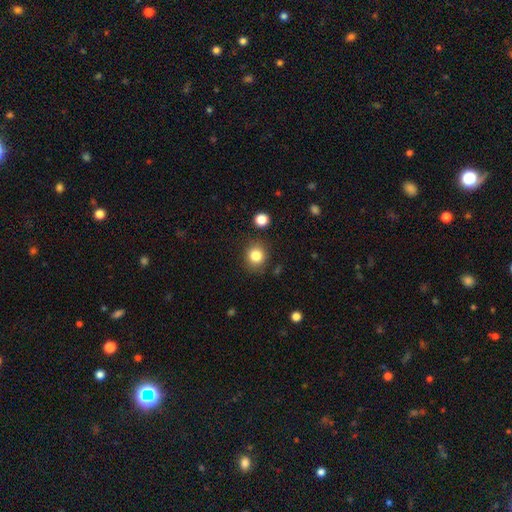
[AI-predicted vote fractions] This appears to be a smooth galaxy with no disk features (83%) that is round (83%). Merging: none (85%).